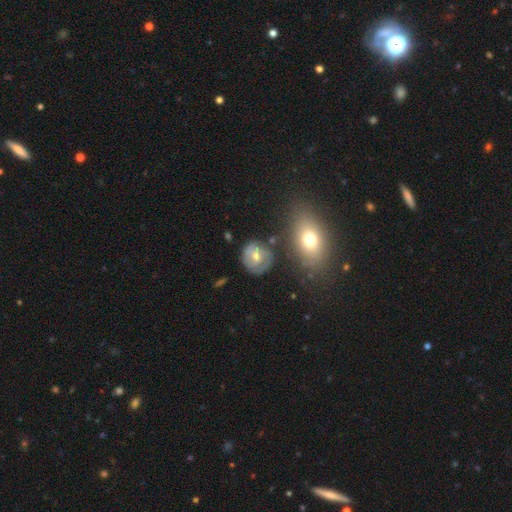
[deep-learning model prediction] featured or disk 49%, smooth 43%, star or artifact 9%. Down the decision tree: merging — none (72%).